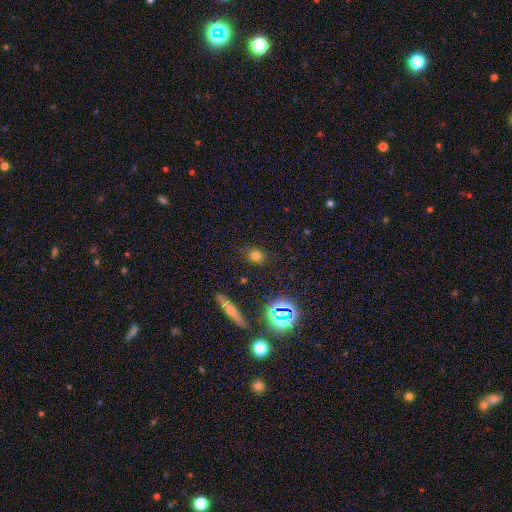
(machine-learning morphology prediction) Smooth or featured? smooth (69%)
How rounded? round (64%)
Merging? none (81%)